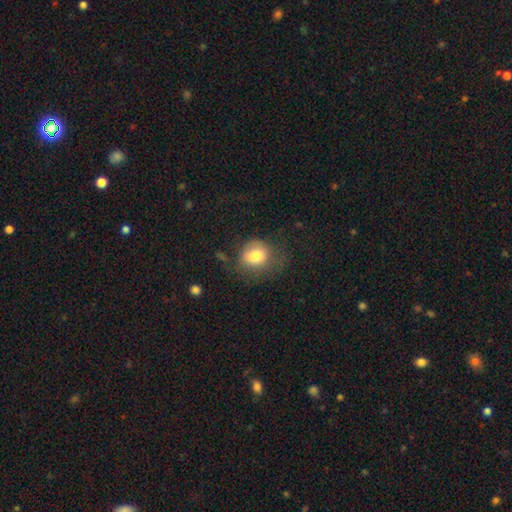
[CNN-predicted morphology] Smooth or featured? Predicted: smooth (p=0.78). How rounded? Predicted: round (p=0.66). Merging? Predicted: none (p=0.53).